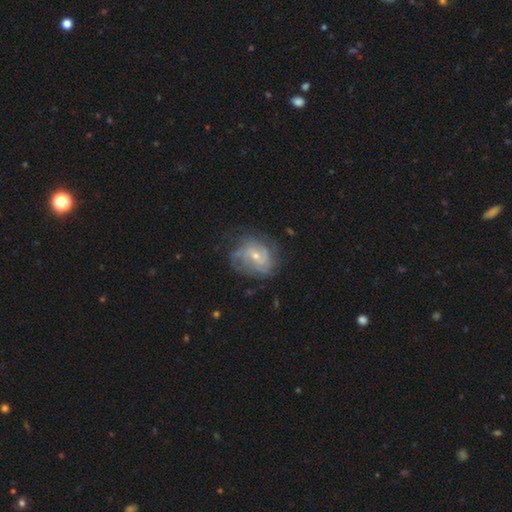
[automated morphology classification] type=featured or disk (78%); edge-on=no (97%); bar=no (51%); spiral arms=yes (91%); winding=tight (50%); arm count=can't tell (37%); bulge=small (59%); merging=none (68%).